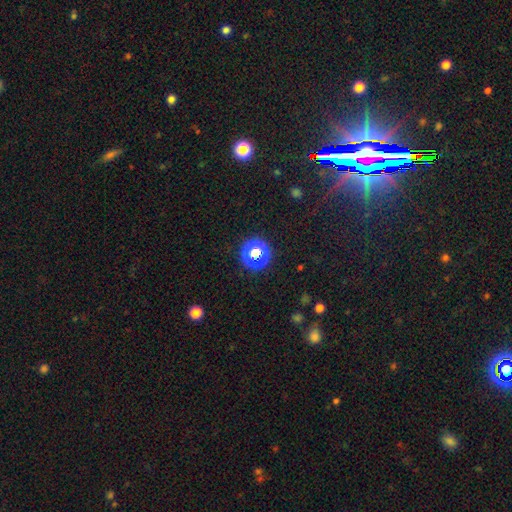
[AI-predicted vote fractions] smooth_or_featured: star or artifact (p=0.68) [alt: smooth p=0.24]